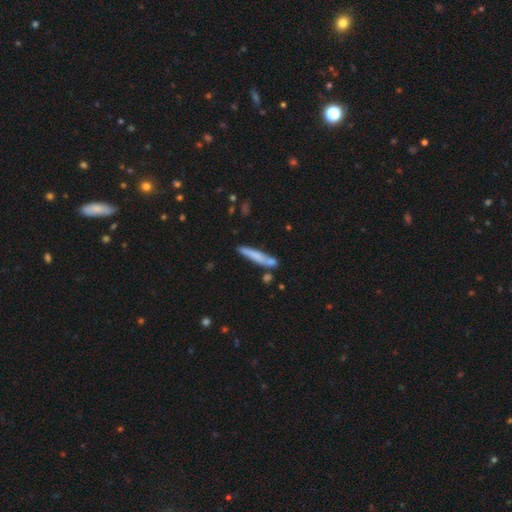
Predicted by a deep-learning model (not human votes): smooth 65%, featured or disk 29%, star or artifact 6%. Down the decision tree: how rounded — cigar-shaped (92%); merging — none (64%).